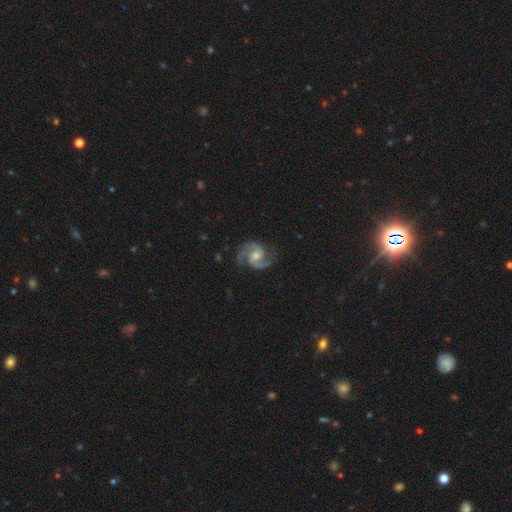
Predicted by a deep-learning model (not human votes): Morphology: type=featured or disk (93%); edge-on=no (98%); bar=no (47%); spiral arms=yes (99%); winding=medium (65%); arm count=2 (89%); bulge=moderate (52%); merging=none (80%).